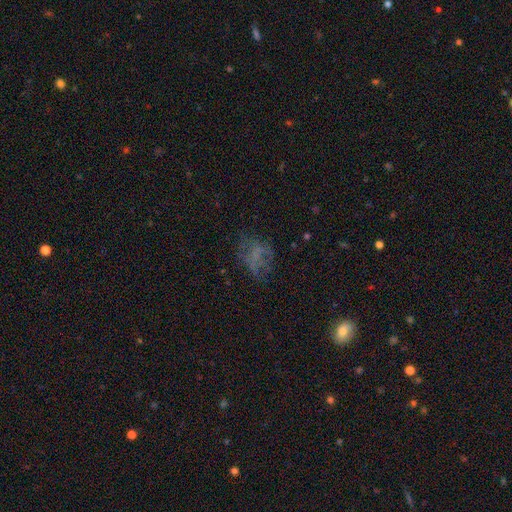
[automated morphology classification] Smooth or featured? smooth (40%)
Merging? none (51%)